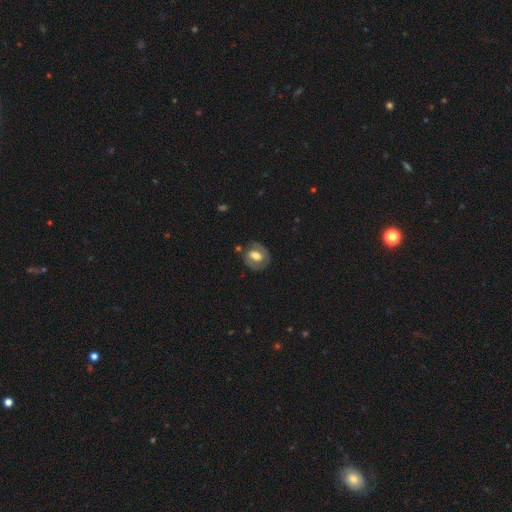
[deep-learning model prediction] The model was most divided on "smooth or featured": featured or disk: 48%, smooth: 45%, star or artifact: 7%. More confident: merging — none (68%).